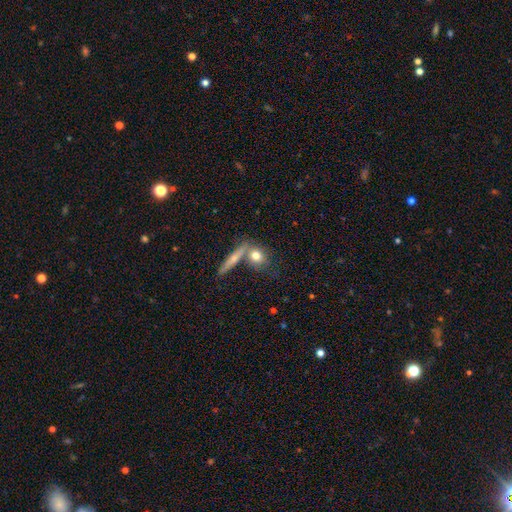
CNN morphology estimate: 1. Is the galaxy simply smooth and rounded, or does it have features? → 73% smooth, 19% featured or disk, 8% star or artifact.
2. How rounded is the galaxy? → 47% round, 37% in between, 17% cigar-shaped.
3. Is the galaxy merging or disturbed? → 55% none, 29% merger, 11% minor disturbance, 4% major disturbance.